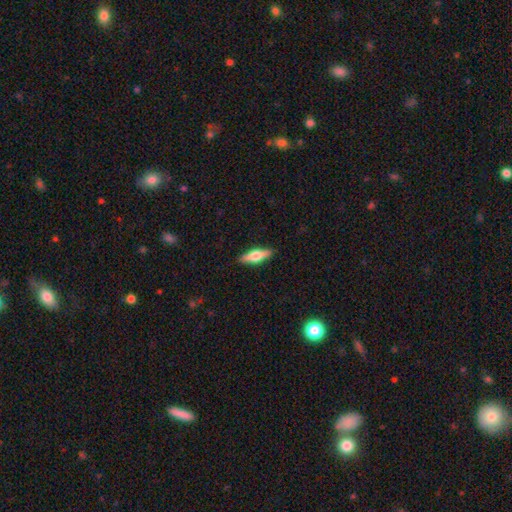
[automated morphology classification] This is possibly a smooth galaxy (53%). How rounded: possibly cigar-shaped (55%). Merging: clearly none (89%).